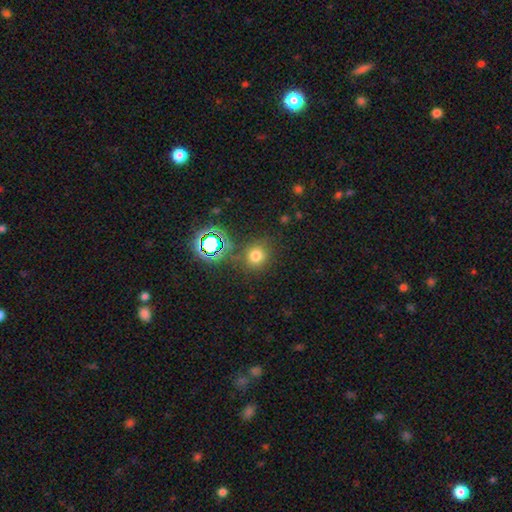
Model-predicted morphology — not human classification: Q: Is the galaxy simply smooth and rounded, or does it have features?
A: smooth — 71%.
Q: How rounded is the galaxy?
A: round — 86%.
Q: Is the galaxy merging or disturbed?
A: none — 77%.